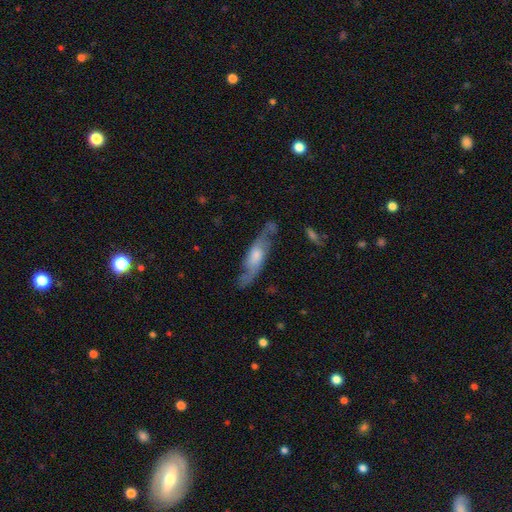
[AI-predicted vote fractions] Smooth or featured? Predicted: featured or disk (p=0.72). Edge-on disk? Predicted: no (p=0.62). Merging? Predicted: none (p=0.73).